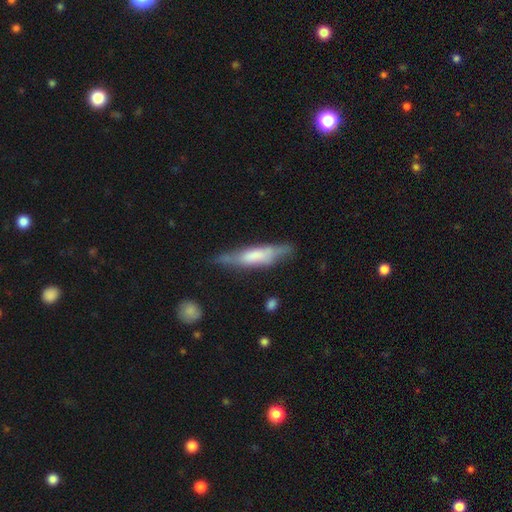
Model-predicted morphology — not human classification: type=smooth (51%); roundness=cigar-shaped (77%); merging=none (62%).